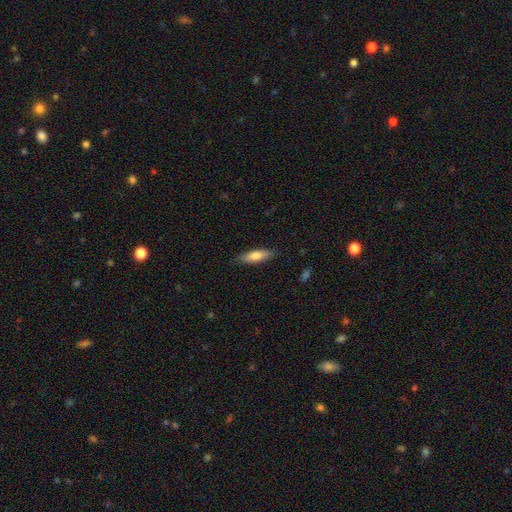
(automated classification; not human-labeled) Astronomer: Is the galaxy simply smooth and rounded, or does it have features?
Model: smooth — 76%.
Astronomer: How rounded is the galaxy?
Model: cigar-shaped — 61% (runner-up: in between, 37%).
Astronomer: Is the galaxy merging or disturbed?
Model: none — 85%.